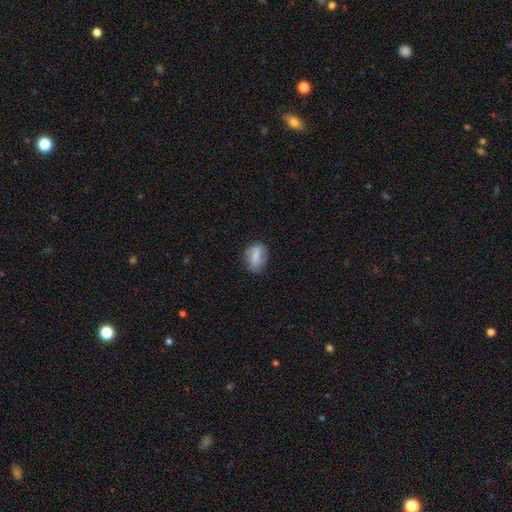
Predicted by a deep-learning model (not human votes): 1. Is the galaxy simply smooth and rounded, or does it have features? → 66% smooth, 26% featured or disk, 8% star or artifact.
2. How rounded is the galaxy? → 76% in between, 18% round, 5% cigar-shaped.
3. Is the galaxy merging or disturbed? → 72% none, 21% minor disturbance, 6% major disturbance, 2% merger.